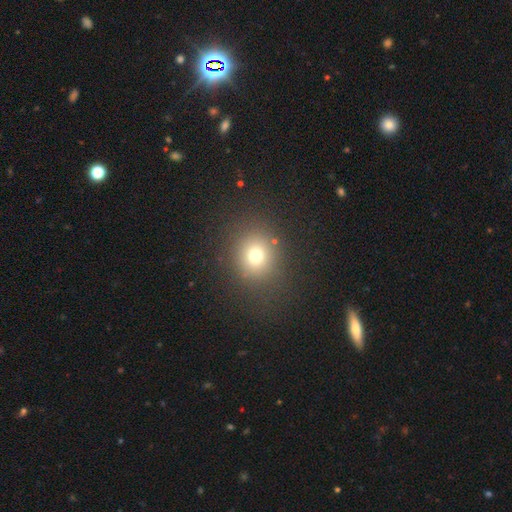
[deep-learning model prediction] Q: Smooth or featured?
A: smooth (72%); runner-up: star or artifact (18%)
Q: How rounded?
A: round (79%); runner-up: in between (20%)
Q: Merging?
A: none (85%); runner-up: minor disturbance (8%)